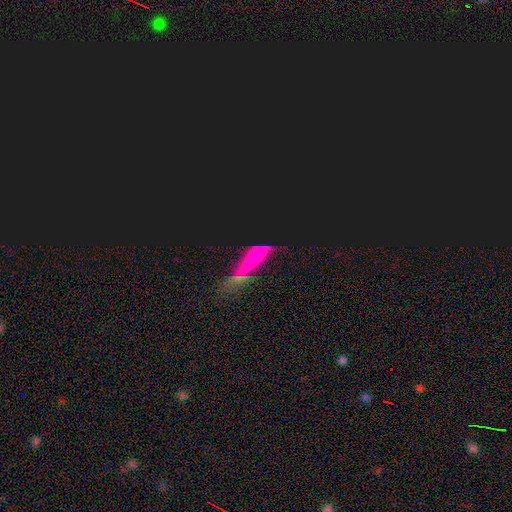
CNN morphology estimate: Smooth or featured: star or artifact — 37% (featured or disk — 35%)